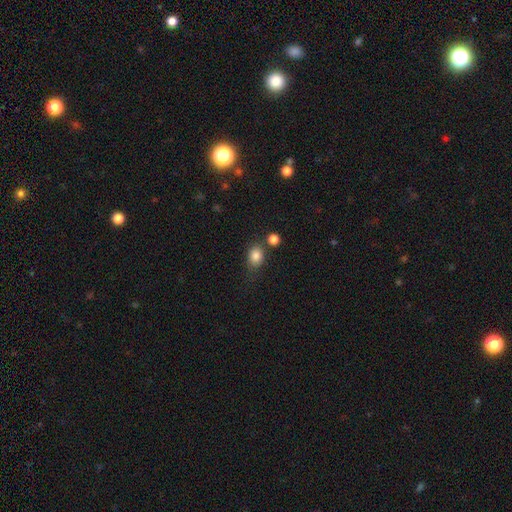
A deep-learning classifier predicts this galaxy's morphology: A smooth galaxy with no disk features (83%) that is in between round and cigar-shaped (53%).

Vote fractions:
- Smooth or featured? smooth: 83% / star or artifact: 10% / featured or disk: 6%
- How rounded? in between: 53% / round: 46% / cigar-shaped: 1%
- Merging? none: 64% / minor disturbance: 17% / merger: 14% / major disturbance: 5%